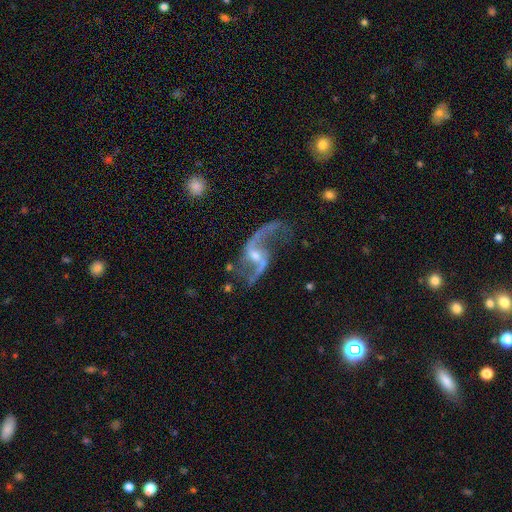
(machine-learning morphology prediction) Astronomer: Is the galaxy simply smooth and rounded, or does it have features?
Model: featured or disk — 92%.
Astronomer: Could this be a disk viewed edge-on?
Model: no — 97%.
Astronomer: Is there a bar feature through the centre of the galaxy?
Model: weak — 44% (runner-up: no, 32%).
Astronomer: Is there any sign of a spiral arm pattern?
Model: yes — 97%.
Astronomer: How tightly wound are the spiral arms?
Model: loose — 86%.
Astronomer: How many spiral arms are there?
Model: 2 — 93%.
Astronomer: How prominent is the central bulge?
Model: small — 50% (runner-up: moderate, 43%).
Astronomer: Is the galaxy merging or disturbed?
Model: none — 66%.